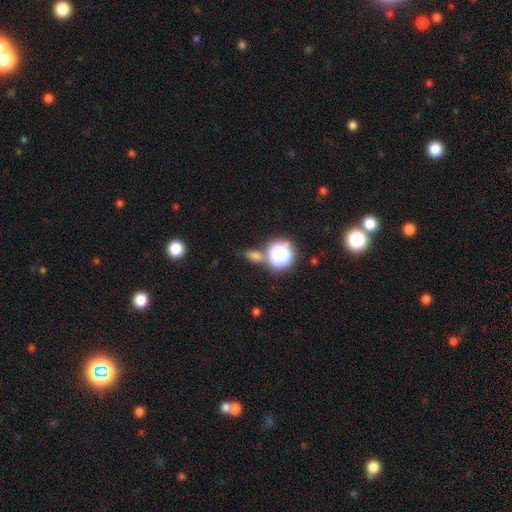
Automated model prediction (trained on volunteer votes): A smooth galaxy with no disk features (61%) that is in between round and cigar-shaped (53%).

Vote fractions:
- Smooth or featured? smooth: 61% / star or artifact: 30% / featured or disk: 9%
- How rounded? in between: 53% / round: 39% / cigar-shaped: 7%
- Merging? none: 70% / merger: 14% / minor disturbance: 11% / major disturbance: 5%